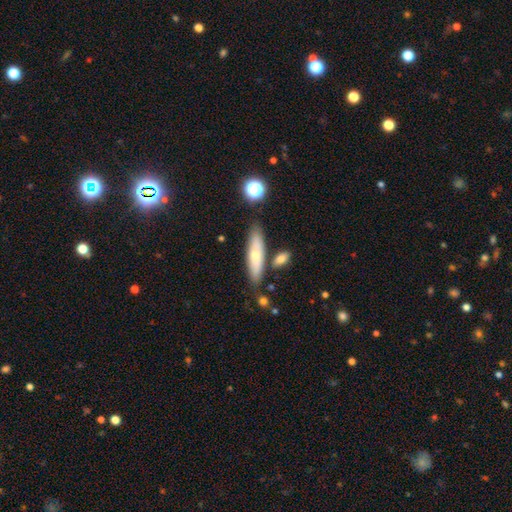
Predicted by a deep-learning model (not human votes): Q: Smooth or featured?
A: smooth (62%); runner-up: featured or disk (31%)
Q: How rounded?
A: cigar-shaped (62%); runner-up: in between (36%)
Q: Merging?
A: none (77%); runner-up: minor disturbance (12%)